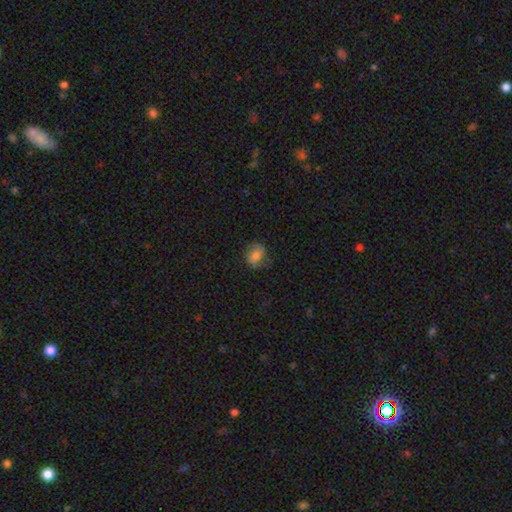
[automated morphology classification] This is likely a smooth galaxy (70%). How rounded: possibly in between (54%). Merging: likely none (65%).